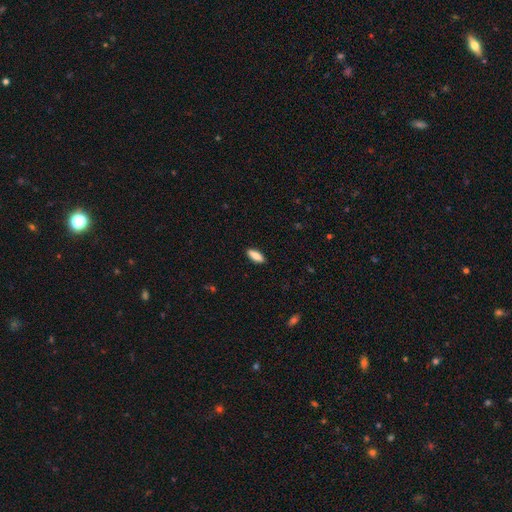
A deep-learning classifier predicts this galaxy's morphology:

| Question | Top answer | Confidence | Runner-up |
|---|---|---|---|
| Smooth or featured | smooth | 85% | featured or disk (9%) |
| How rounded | in between | 69% | cigar-shaped (29%) |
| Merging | none | 89% | minor disturbance (8%) |